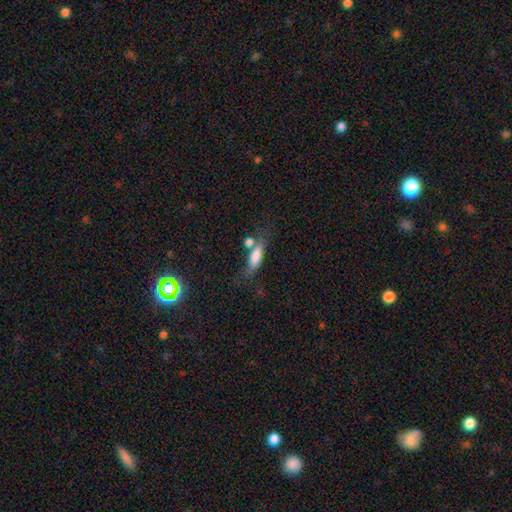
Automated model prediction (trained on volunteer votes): A smooth galaxy with no disk features (72%) that is in between round and cigar-shaped (58%).

Vote fractions:
- Smooth or featured? smooth: 72% / featured or disk: 19% / star or artifact: 9%
- How rounded? in between: 58% / cigar-shaped: 37% / round: 5%
- Merging? none: 43% / merger: 25% / minor disturbance: 19% / major disturbance: 12%